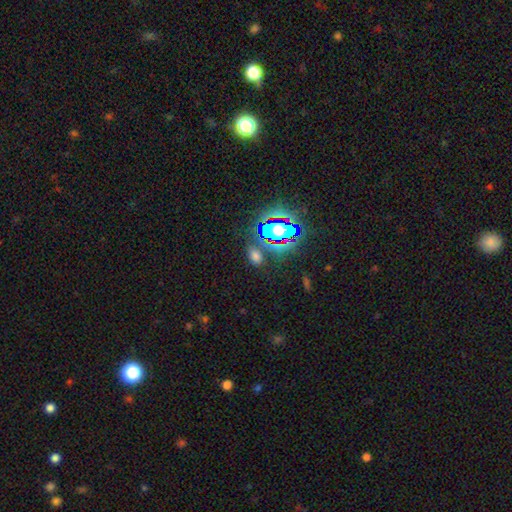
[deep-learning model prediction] smooth 56%, star or artifact 35%, featured or disk 9%. Down the decision tree: how rounded — in between (81%); merging — none (75%).